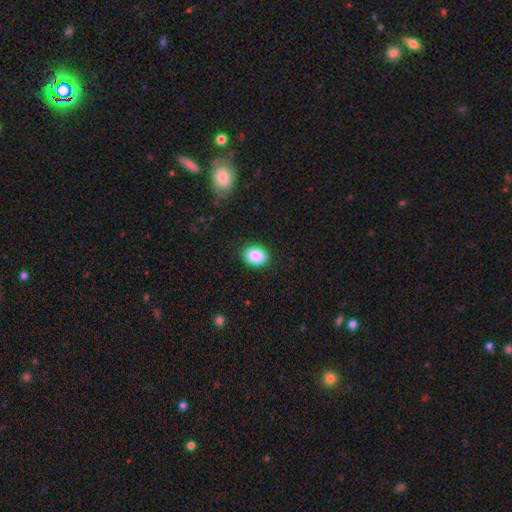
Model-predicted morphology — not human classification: This is clearly a smooth galaxy (89%). How rounded: likely in between (64%). Merging: clearly none (88%).